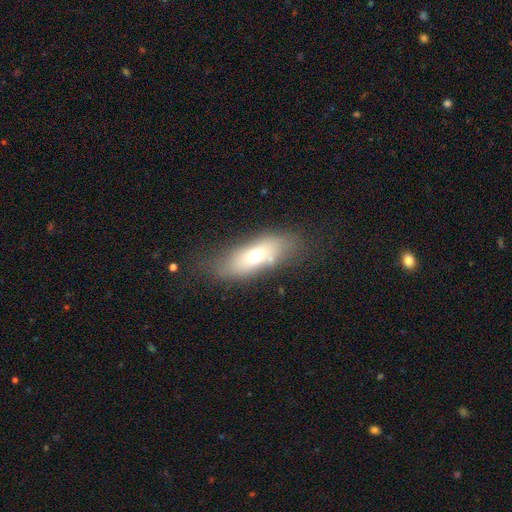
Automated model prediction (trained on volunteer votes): smooth-or-featured: smooth: 65% | featured or disk: 26% | star or artifact: 9%
  how-rounded: in between: 73% | cigar-shaped: 23% | round: 4%
  merging: none: 58% | minor disturbance: 23% | major disturbance: 13% | merger: 6%